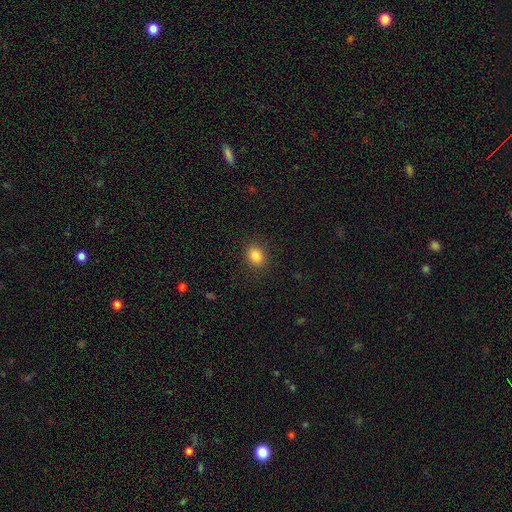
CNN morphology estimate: Smooth or featured: smooth — 85% (star or artifact — 11%)
How rounded: round — 57% (in between — 42%)
Merging: none — 89% (minor disturbance — 8%)